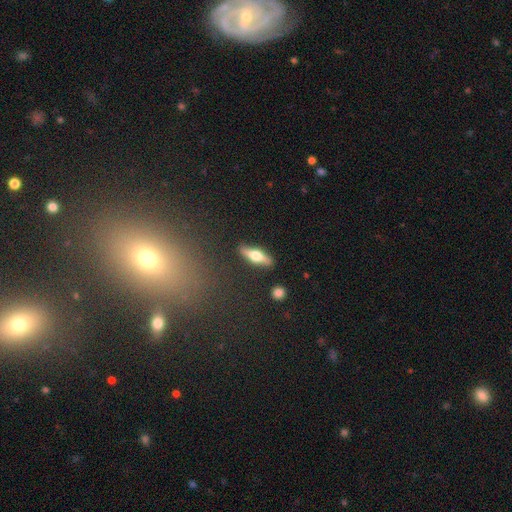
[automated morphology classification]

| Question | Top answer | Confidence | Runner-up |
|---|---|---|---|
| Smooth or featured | featured or disk | 50% | smooth (44%) |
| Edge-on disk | yes | 89% | no (11%) |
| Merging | none | 86% | minor disturbance (9%) |